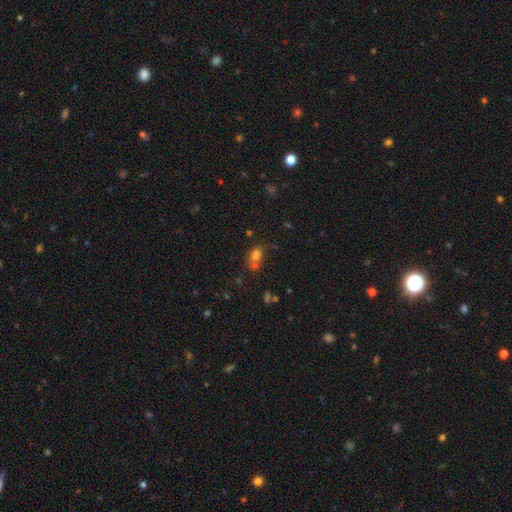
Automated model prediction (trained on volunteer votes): A smooth galaxy with no disk features (71%) that is in between round and cigar-shaped (61%). Merging: merger (43%).